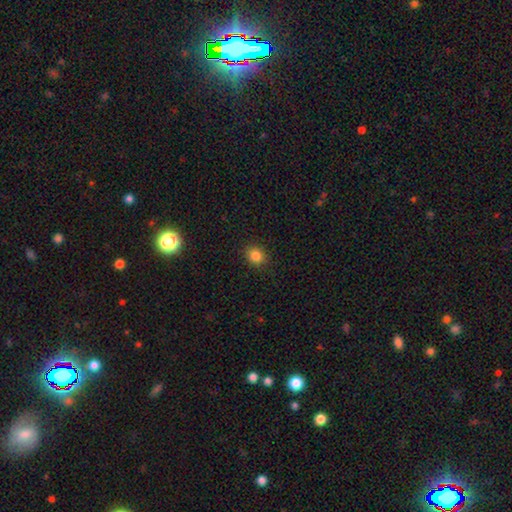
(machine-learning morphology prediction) The model was most divided on "how rounded": round: 74%, in between: 25%, cigar-shaped: 1%. More confident: merging — none (89%); smooth or featured — smooth (84%).